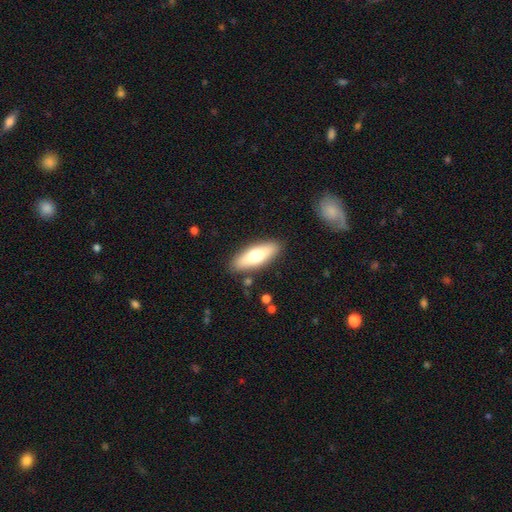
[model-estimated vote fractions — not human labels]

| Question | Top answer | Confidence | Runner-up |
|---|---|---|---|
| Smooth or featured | smooth | 63% | featured or disk (32%) |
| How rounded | in between | 57% | cigar-shaped (41%) |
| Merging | none | 87% | minor disturbance (9%) |